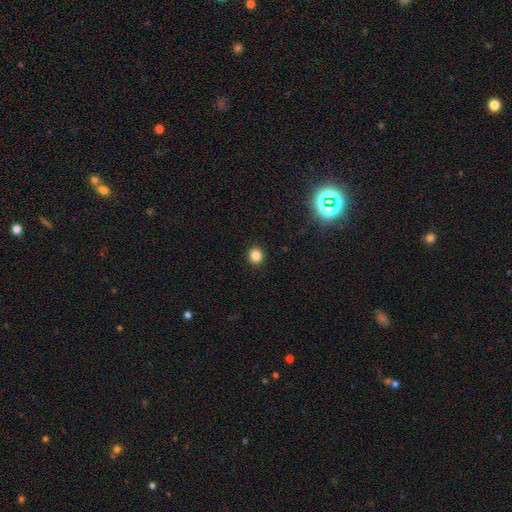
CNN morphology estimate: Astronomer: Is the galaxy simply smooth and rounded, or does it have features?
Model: smooth — 84%.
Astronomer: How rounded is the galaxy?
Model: round — 90%.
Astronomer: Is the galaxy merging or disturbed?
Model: none — 93%.